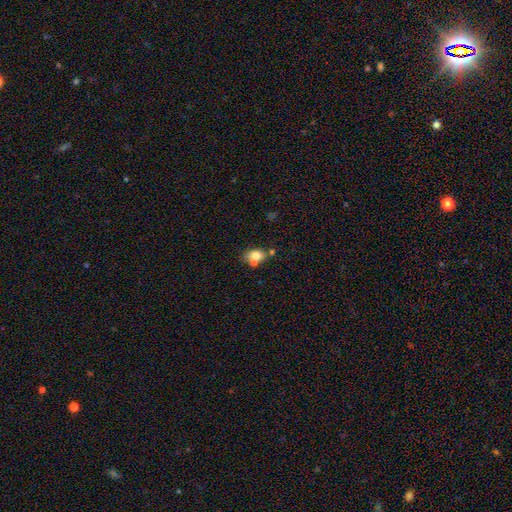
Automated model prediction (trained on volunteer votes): smooth_or_featured: smooth (p=0.73) [alt: featured or disk p=0.17]
how_rounded: in between (p=0.69) [alt: round p=0.29]
merging: none (p=0.47) [alt: merger p=0.34]